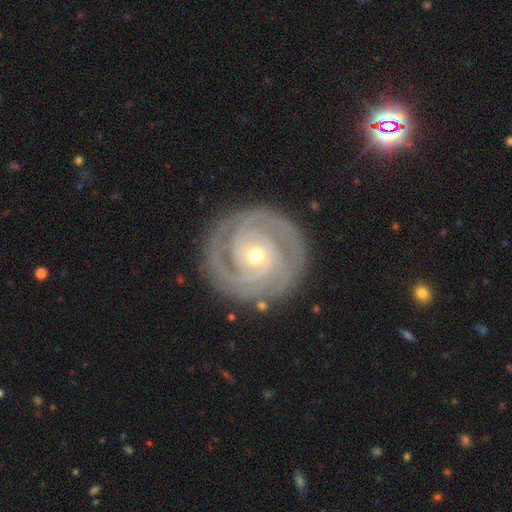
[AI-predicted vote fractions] featured or disk 90%, smooth 5%, star or artifact 4%. Down the decision tree: edge-on disk — no (98%); bar — no (64%); spiral arms — yes (98%); spiral arm count — 2 (33%); spiral winding — tight (82%); bulge size — small (53%); merging — none (85%).